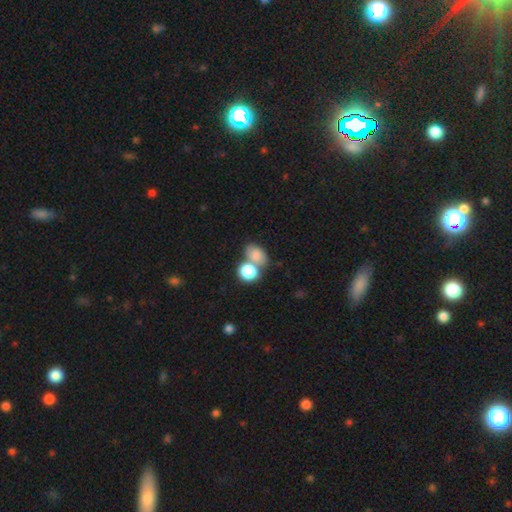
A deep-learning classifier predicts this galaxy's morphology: Overall: smooth (80%). How rounded: in between (64%; round 34%). Merging: merger (47%; none 37%).